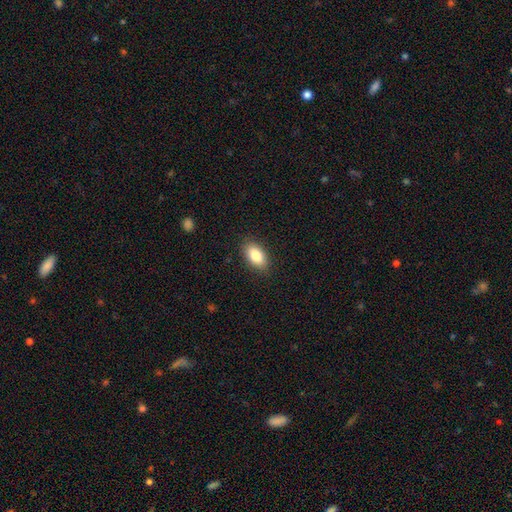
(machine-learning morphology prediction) Smooth or featured?
  - smooth: 84% *
  - featured or disk: 9%
  - star or artifact: 7%
How rounded?
  - in between: 91% *
  - round: 5%
  - cigar-shaped: 4%
Merging?
  - none: 88% *
  - minor disturbance: 9%
  - major disturbance: 2%
  - merger: 1%